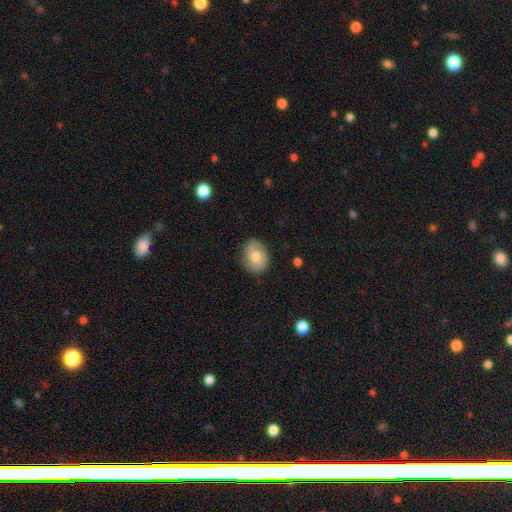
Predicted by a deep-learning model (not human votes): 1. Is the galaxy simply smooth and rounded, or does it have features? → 69% smooth, 23% featured or disk, 7% star or artifact.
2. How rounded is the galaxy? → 57% in between, 42% round, 1% cigar-shaped.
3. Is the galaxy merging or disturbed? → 83% none, 13% minor disturbance, 3% major disturbance, 1% merger.